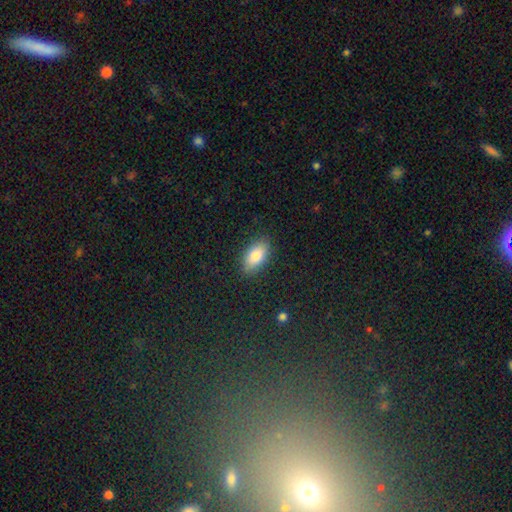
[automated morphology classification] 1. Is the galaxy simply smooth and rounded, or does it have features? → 83% smooth, 10% featured or disk, 7% star or artifact.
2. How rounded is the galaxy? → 90% in between, 6% cigar-shaped, 4% round.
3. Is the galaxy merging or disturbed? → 86% none, 10% minor disturbance, 3% major disturbance, 1% merger.